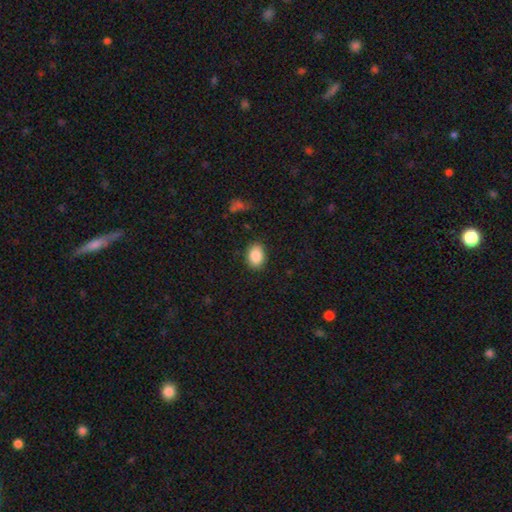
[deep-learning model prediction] A smooth galaxy with no disk features (88%) that is in between round and cigar-shaped (73%). Merging: none (86%).